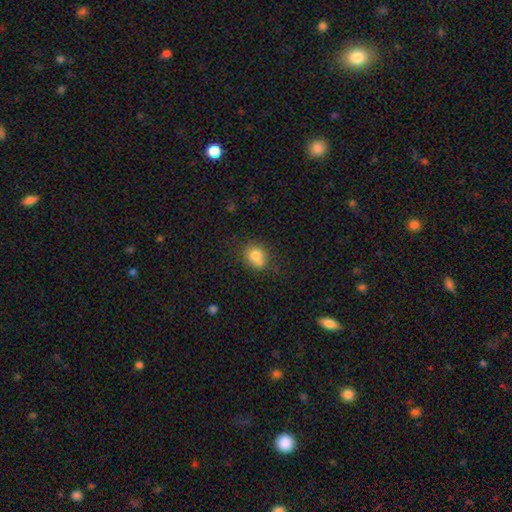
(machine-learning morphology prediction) smooth 77%, featured or disk 12%, star or artifact 11%. Down the decision tree: how rounded — round (64%); merging — none (55%).